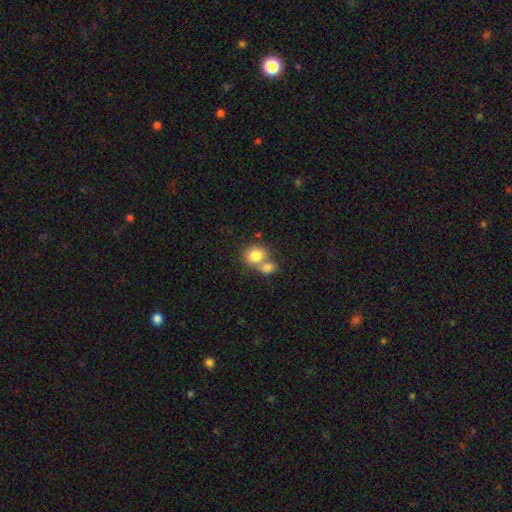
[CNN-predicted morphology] Smooth or featured?
  - smooth: 80% *
  - featured or disk: 11%
  - star or artifact: 9%
How rounded?
  - round: 61% *
  - in between: 38%
  - cigar-shaped: 1%
Merging?
  - merger: 53% *
  - none: 35%
  - minor disturbance: 8%
  - major disturbance: 3%